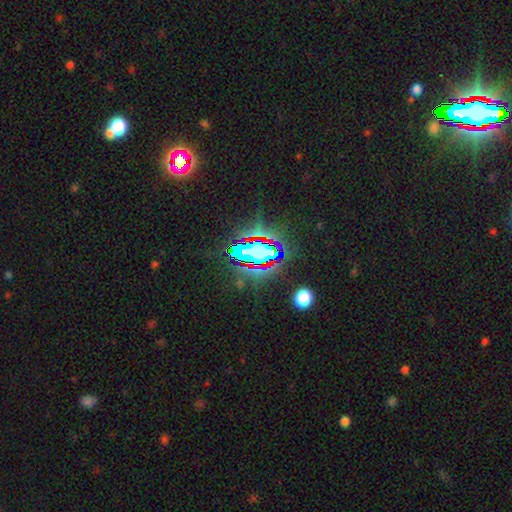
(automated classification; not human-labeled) Overall: star or artifact (76%).